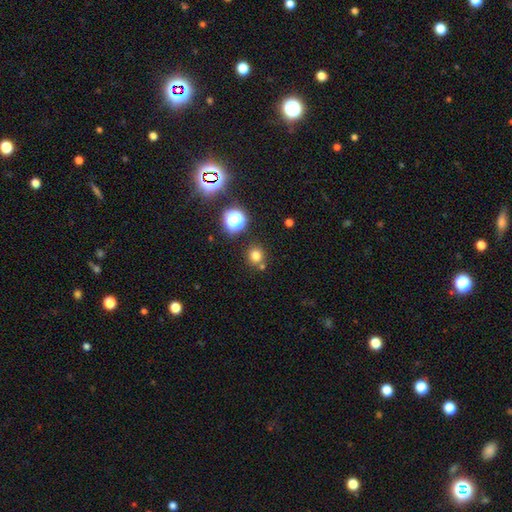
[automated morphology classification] smooth 75%, star or artifact 18%, featured or disk 6%. Down the decision tree: how rounded — round (89%); merging — none (77%).